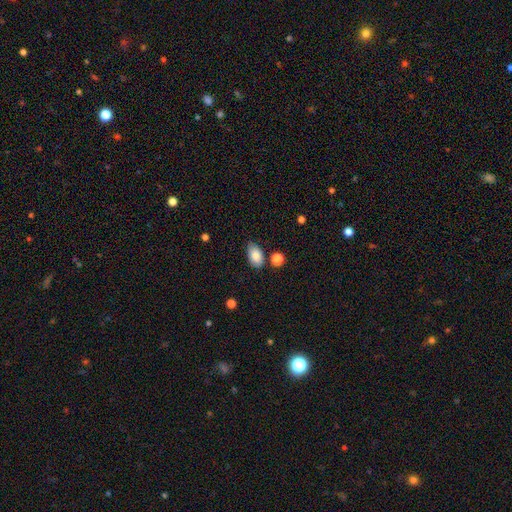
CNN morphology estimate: type=smooth (85%); roundness=in between (92%); merging=none (74%).